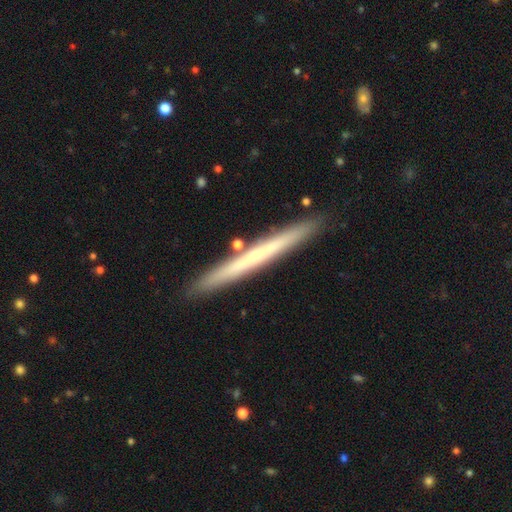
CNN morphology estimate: The model was most divided on "smooth or featured": featured or disk: 55%, smooth: 39%, star or artifact: 6%. More confident: edge-on disk — yes (96%); merging — none (89%); edge-on bulge — none (74%).